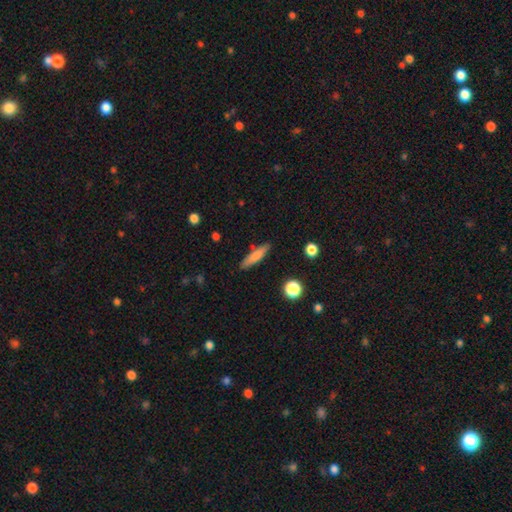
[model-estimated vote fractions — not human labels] Overall: smooth (75%). How rounded: cigar-shaped (81%). Merging: none (85%).